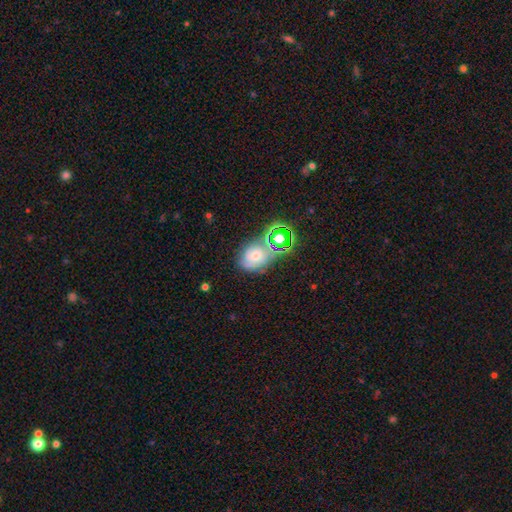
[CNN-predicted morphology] type=smooth (36%); merging=none (61%).